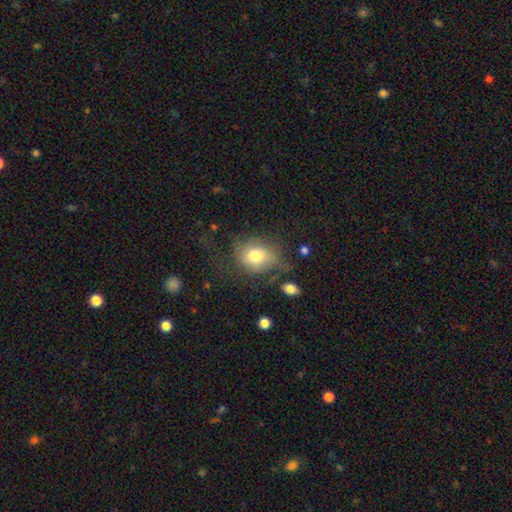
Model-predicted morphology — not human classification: smooth-or-featured: smooth: 71% | featured or disk: 19% | star or artifact: 10%
  how-rounded: round: 49% (tied) | in between: 49% (tied) | cigar-shaped: 1%
  merging: none: 49% | major disturbance: 25% | minor disturbance: 23% | merger: 4%